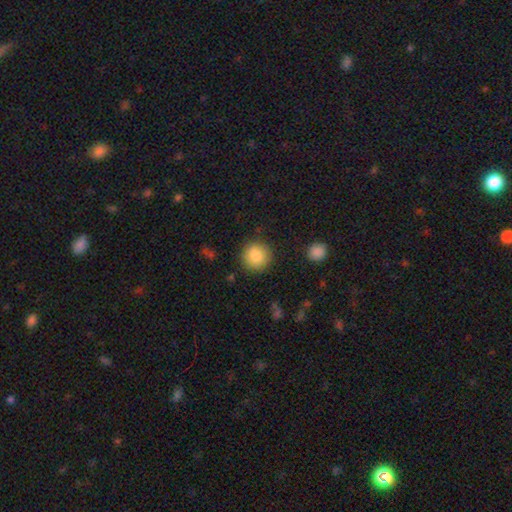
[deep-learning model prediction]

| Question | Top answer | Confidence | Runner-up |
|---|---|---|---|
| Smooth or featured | smooth | 86% | star or artifact (9%) |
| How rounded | round | 93% | in between (6%) |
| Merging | none | 88% | minor disturbance (8%) |